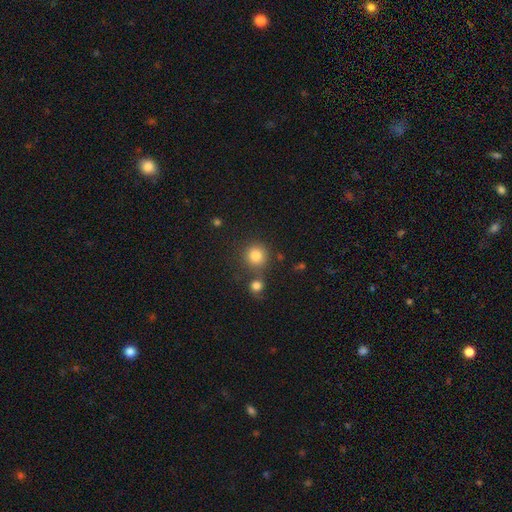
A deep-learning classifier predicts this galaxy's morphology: This is clearly a smooth galaxy (83%). How rounded: clearly round (91%). Merging: likely none (70%).